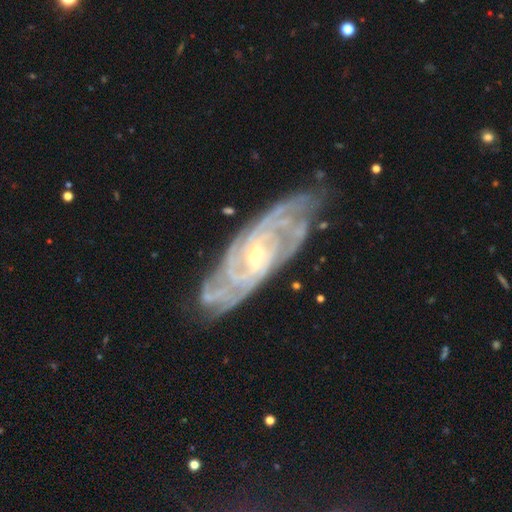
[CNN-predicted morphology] type=featured or disk (89%); edge-on=no (89%); bar=no (48%); spiral arms=yes (97%); winding=tight (73%); arm count=can't tell (31%); bulge=small (65%); merging=none (78%).